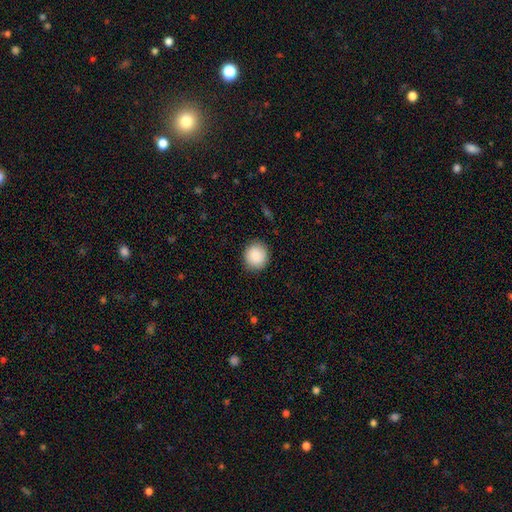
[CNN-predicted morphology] Q: Smooth or featured?
A: smooth (88%); runner-up: star or artifact (7%)
Q: How rounded?
A: round (89%); runner-up: in between (10%)
Q: Merging?
A: none (89%); runner-up: minor disturbance (8%)